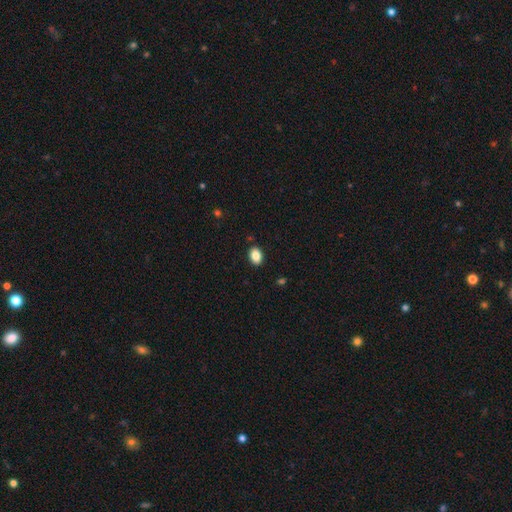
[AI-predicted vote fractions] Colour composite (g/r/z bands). It shows a smooth galaxy with no disk features (86%) that is in between round and cigar-shaped (80%). Merging: none (89%).